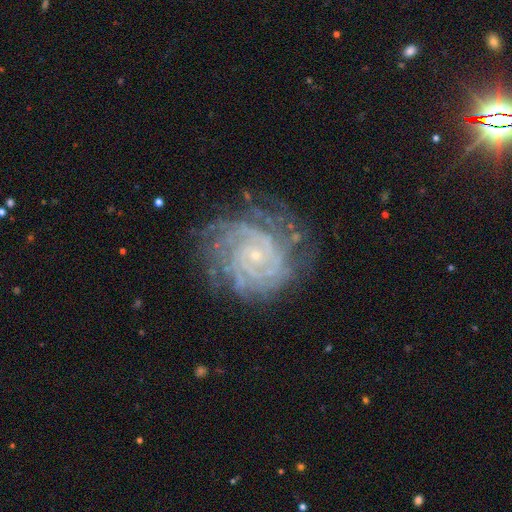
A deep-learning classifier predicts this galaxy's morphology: smooth_or_featured: featured or disk (p=0.89) [alt: star or artifact p=0.07]
disk_edge_on: no (p=0.98) [alt: yes p=0.02]
bar: no (p=0.77) [alt: weak p=0.17]
has_spiral_arms: yes (p=0.98) [alt: no p=0.02]
spiral_winding: tight (p=0.80) [alt: medium p=0.17]
spiral_arm_count: can't tell (p=0.24) [alt: 4 p=0.22]
bulge_size: small (p=0.87) [alt: moderate p=0.09]
merging: none (p=0.71) [alt: minor disturbance p=0.18]